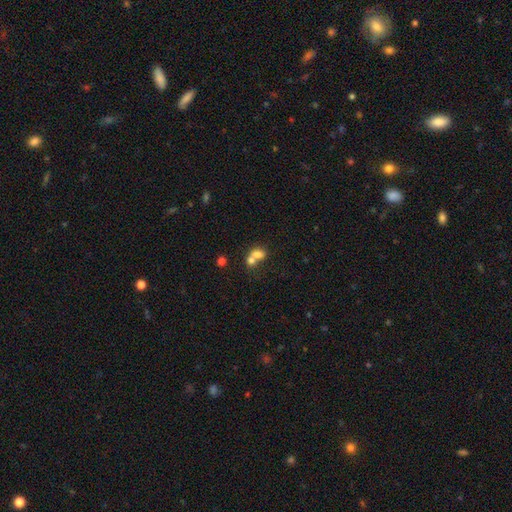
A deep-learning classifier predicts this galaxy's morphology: smooth_or_featured: smooth (p=0.72) [alt: featured or disk p=0.17]
how_rounded: in between (p=0.56) [alt: round p=0.42]
merging: merger (p=0.66) [alt: none p=0.23]